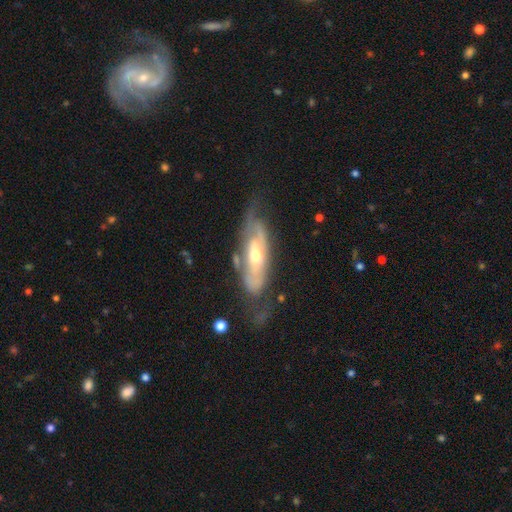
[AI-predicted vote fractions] The model was most divided on "bar": no: 55%, weak: 31%, strong: 14%. More confident: edge-on disk — no (79%); spiral arms — yes (78%); smooth or featured — featured or disk (74%); bulge size — moderate (64%); merging — none (53%).